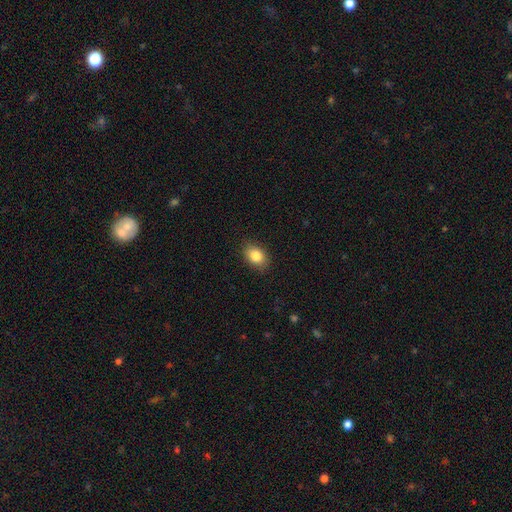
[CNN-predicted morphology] smooth_or_featured: smooth (p=0.84) [alt: star or artifact p=0.08]
how_rounded: in between (p=0.77) [alt: round p=0.22]
merging: none (p=0.87) [alt: minor disturbance p=0.10]